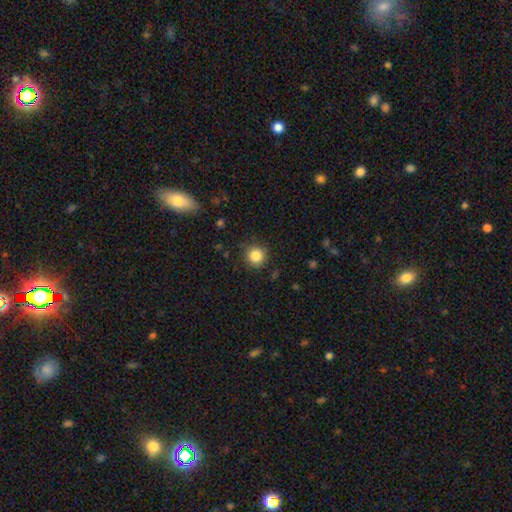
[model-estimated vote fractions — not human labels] Smooth or featured? smooth (85%)
How rounded? round (94%)
Merging? none (88%)